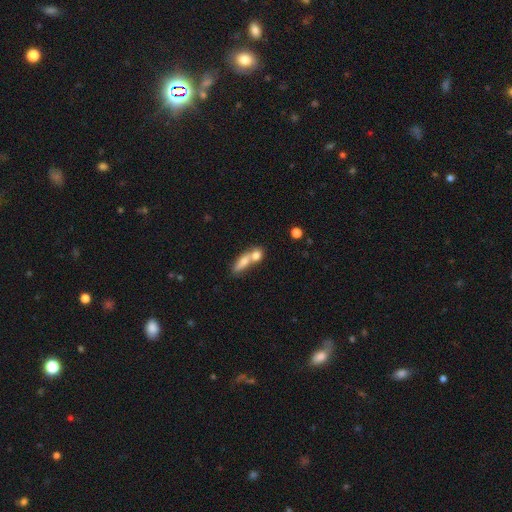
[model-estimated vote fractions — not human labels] Smooth or featured? smooth (72%)
How rounded? in between (49%)
Merging? merger (60%)